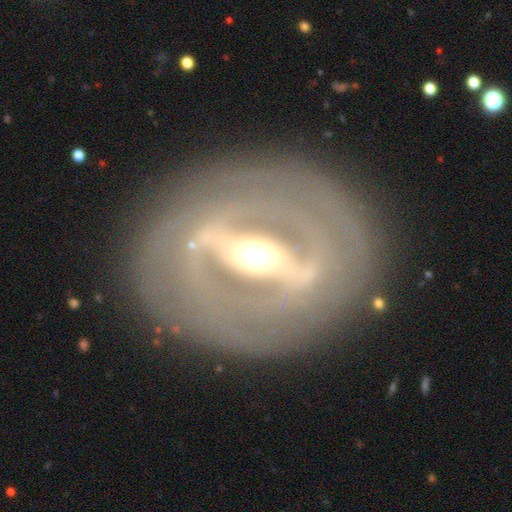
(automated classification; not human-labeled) Overall: featured or disk (86%). Edge-on disk: no (82%). Bar: strong (82%). Spiral arms: yes (55%; no 45%). Bulge size: moderate (68%). Merging: none (84%).